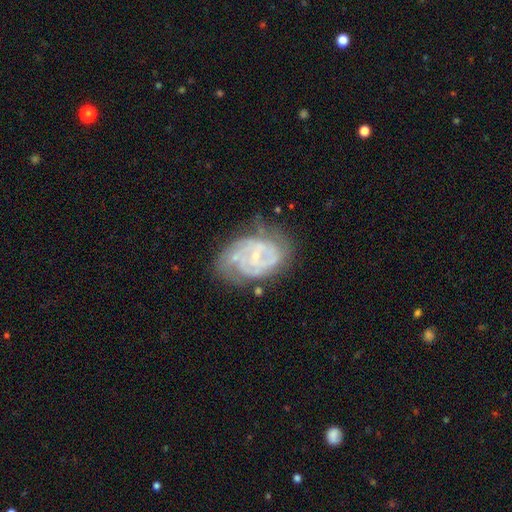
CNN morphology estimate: smooth-or-featured: featured or disk: 81% | smooth: 12% | star or artifact: 7%
  disk-edge-on: no: 97% | yes: 3%
    bar: no: 50% | weak: 40% | strong: 10%
    has-spiral-arms: yes: 90% | no: 10%
      spiral-winding: tight: 58% | medium: 34% | loose: 8%
      spiral-arm-count: 2: 35% | can't tell: 32% | 3: 17% | 4: 6% | 1: 5% | more than 4: 4%
    bulge-size: small: 75% | moderate: 17% | none: 7% | large: 1% | dominant: 1%
  merging: none: 60% | minor disturbance: 24% | major disturbance: 13% | merger: 3%